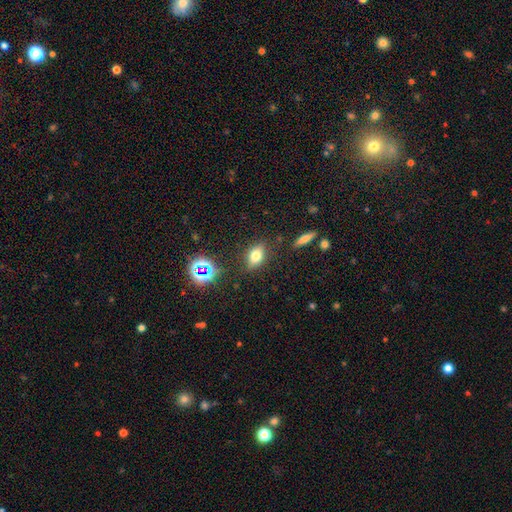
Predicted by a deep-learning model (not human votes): This is likely a smooth galaxy (69%). How rounded: likely in between (77%). Merging: likely none (79%).